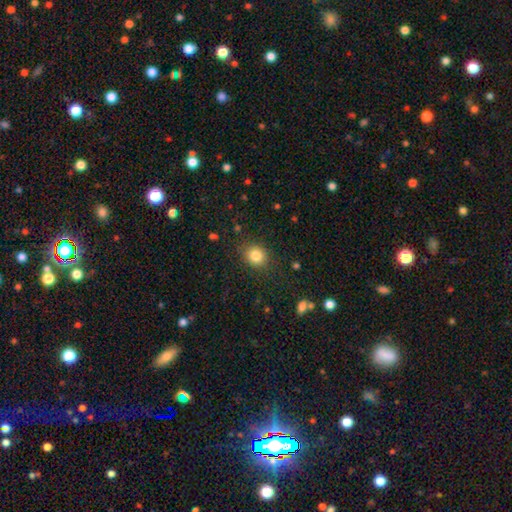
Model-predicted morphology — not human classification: smooth_or_featured: smooth (p=0.83) [alt: star or artifact p=0.11]
how_rounded: round (p=0.73) [alt: in between p=0.26]
merging: none (p=0.85) [alt: minor disturbance p=0.10]